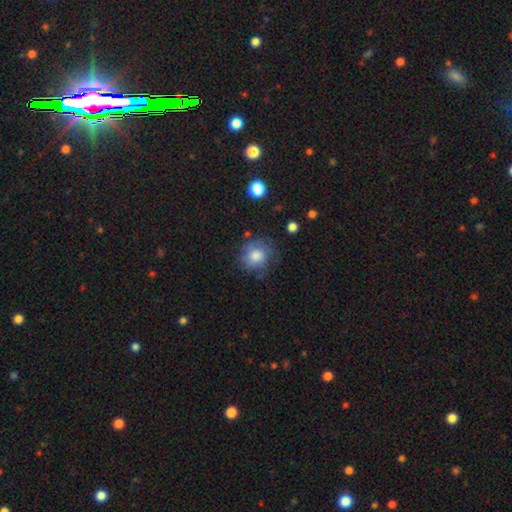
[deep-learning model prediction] smooth-or-featured: smooth: 72% | featured or disk: 19% | star or artifact: 9%
  how-rounded: round: 82% | in between: 17% | cigar-shaped: 1%
  merging: none: 65% | minor disturbance: 22% | major disturbance: 11% | merger: 2%